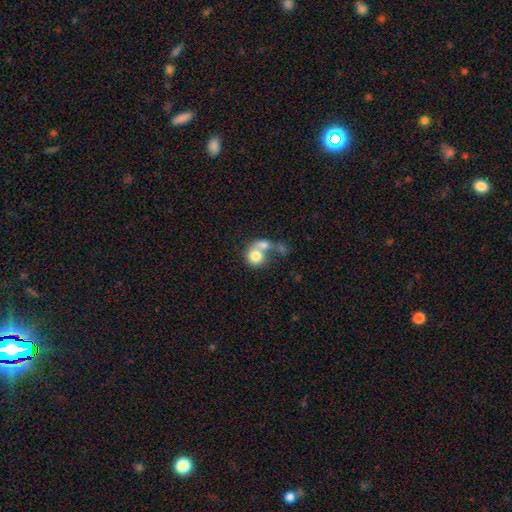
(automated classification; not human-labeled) This is likely a smooth galaxy (74%). How rounded: likely round (75%). Merging: likely merger (63%).